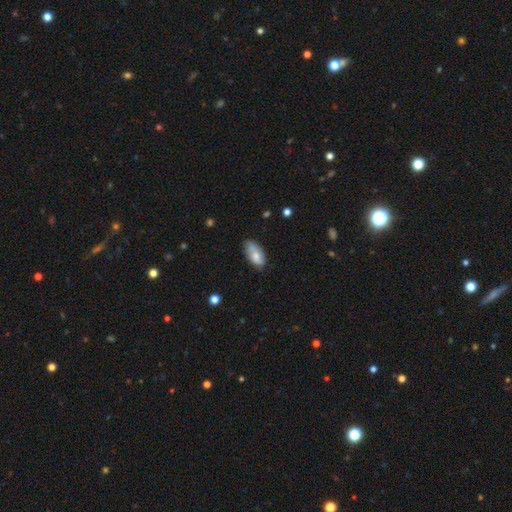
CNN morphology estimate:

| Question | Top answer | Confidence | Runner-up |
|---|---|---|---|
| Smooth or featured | smooth | 66% | featured or disk (27%) |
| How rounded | in between | 92% | cigar-shaped (5%) |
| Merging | none | 63% | minor disturbance (28%) |